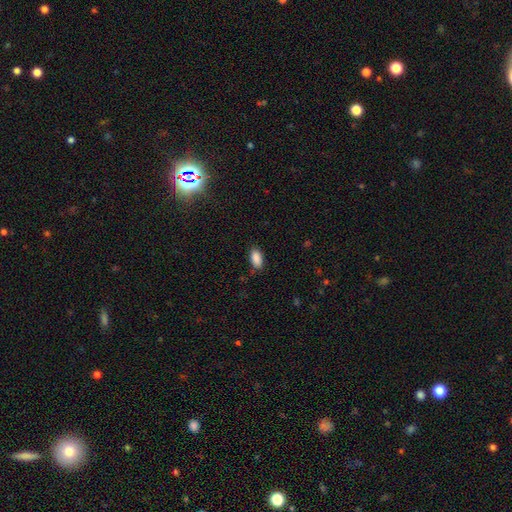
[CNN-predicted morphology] Q: Smooth or featured?
A: smooth (89%); runner-up: star or artifact (8%)
Q: How rounded?
A: in between (93%); runner-up: round (4%)
Q: Merging?
A: none (81%); runner-up: minor disturbance (15%)